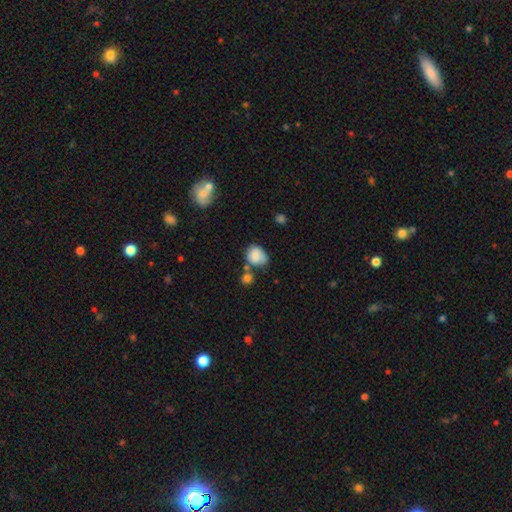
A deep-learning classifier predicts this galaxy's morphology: Smooth or featured: smooth — 79% (featured or disk — 13%)
How rounded: round — 53% (in between — 46%)
Merging: none — 51% (minor disturbance — 27%)